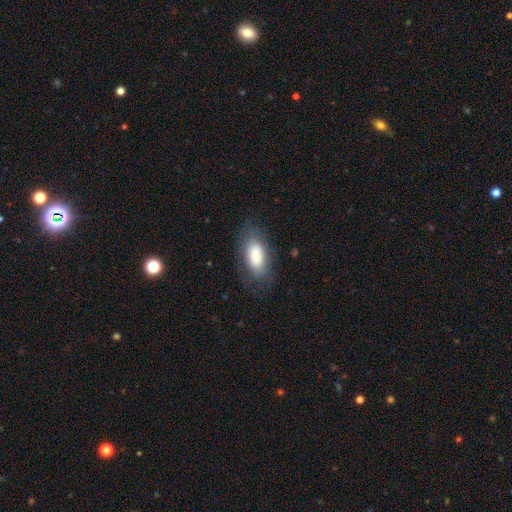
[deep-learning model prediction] smooth-or-featured: smooth: 80% | featured or disk: 14% | star or artifact: 6%
  how-rounded: in between: 90% | cigar-shaped: 7% | round: 3%
  merging: none: 76% | minor disturbance: 16% | major disturbance: 7% | merger: 1%